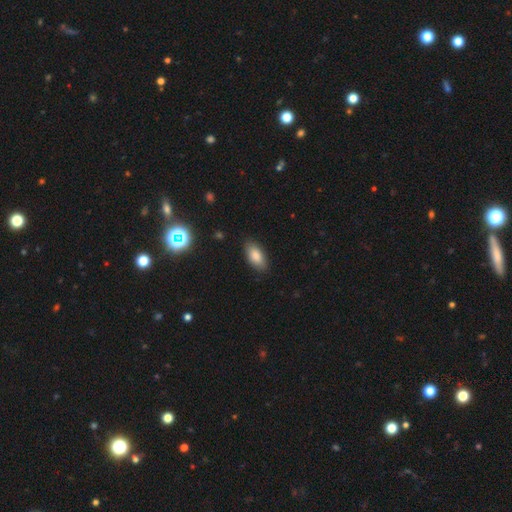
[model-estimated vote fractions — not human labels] This appears to be a smooth galaxy with no disk features (84%) that is in between round and cigar-shaped (91%). Merging: none (86%).